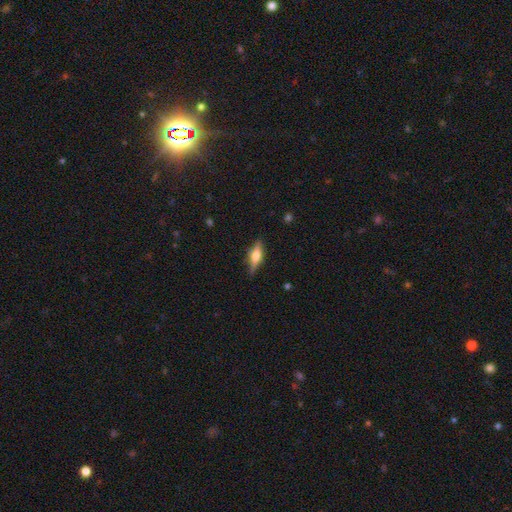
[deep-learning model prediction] The model was most divided on "smooth or featured": featured or disk: 61%, smooth: 32%, star or artifact: 7%. More confident: edge-on disk — yes (95%); edge-on bulge — rounded (89%); merging — none (85%).